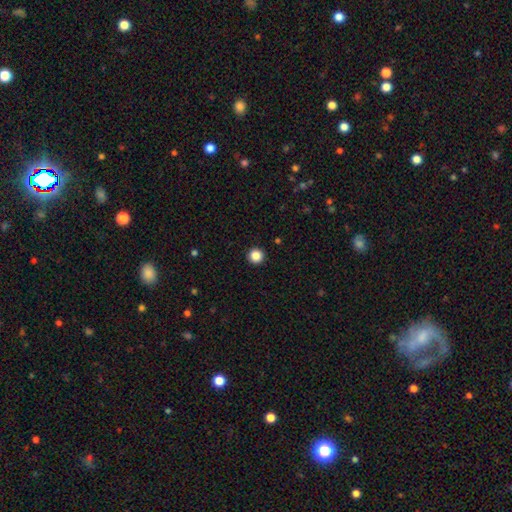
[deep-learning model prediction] Smooth or featured? smooth (87%)
How rounded? round (96%)
Merging? none (94%)